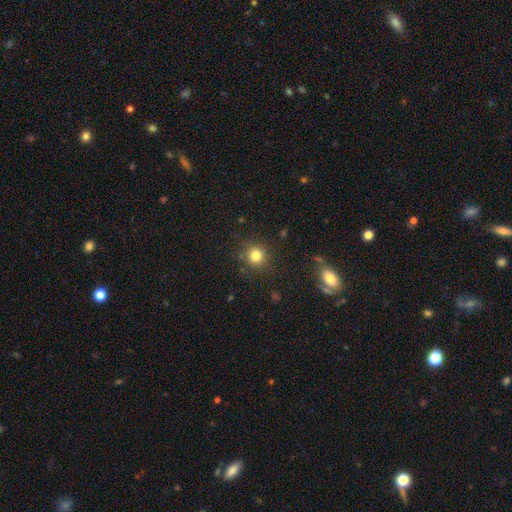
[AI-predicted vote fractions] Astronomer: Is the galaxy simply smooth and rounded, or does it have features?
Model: smooth — 81%.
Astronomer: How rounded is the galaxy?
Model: round — 92%.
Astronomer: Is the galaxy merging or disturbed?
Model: none — 86%.